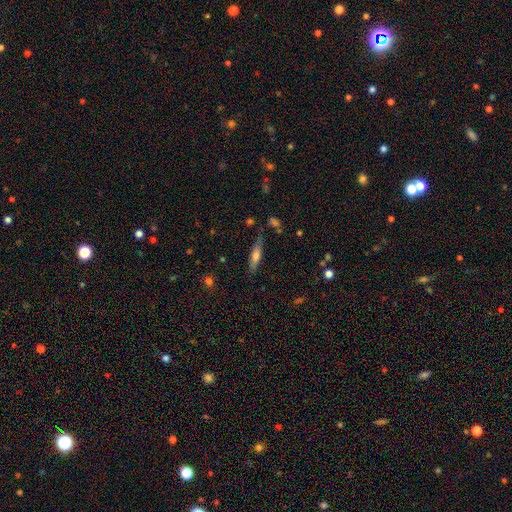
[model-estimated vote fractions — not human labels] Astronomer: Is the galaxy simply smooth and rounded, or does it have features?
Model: smooth — 51% (runner-up: featured or disk, 41%).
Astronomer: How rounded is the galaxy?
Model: cigar-shaped — 74%.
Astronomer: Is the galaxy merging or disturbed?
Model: none — 76%.